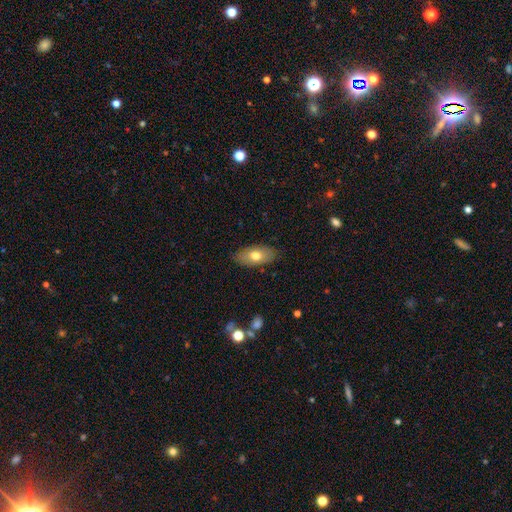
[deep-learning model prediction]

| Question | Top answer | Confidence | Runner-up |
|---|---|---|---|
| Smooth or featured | smooth | 70% | featured or disk (24%) |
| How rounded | in between | 88% | cigar-shaped (8%) |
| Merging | none | 85% | minor disturbance (11%) |